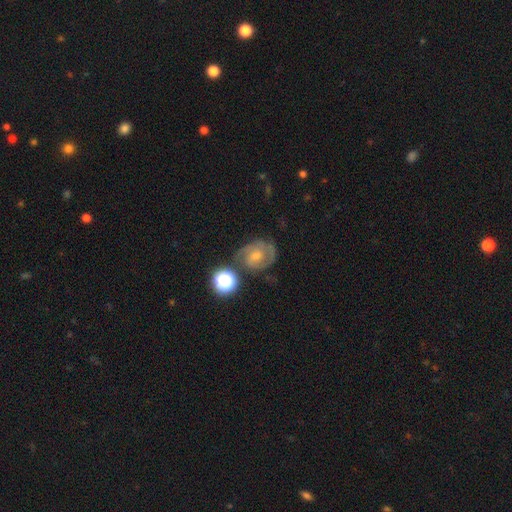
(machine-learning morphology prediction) smooth-or-featured: featured or disk: 70% | smooth: 18% | star or artifact: 12%
  disk-edge-on: no: 97% | yes: 3%
    bar: no: 56% | weak: 37% | strong: 8%
    has-spiral-arms: yes: 91% | no: 9%
      spiral-winding: tight: 52% | medium: 39% | loose: 9%
      spiral-arm-count: 2: 61% | can't tell: 20% | 3: 8% | 1: 6% | 4: 2% | more than 4: 2%
    bulge-size: moderate: 46% | small: 44% | none: 4% | large: 4% | dominant: 1%
  merging: none: 66% | minor disturbance: 19% | major disturbance: 9% | merger: 7%